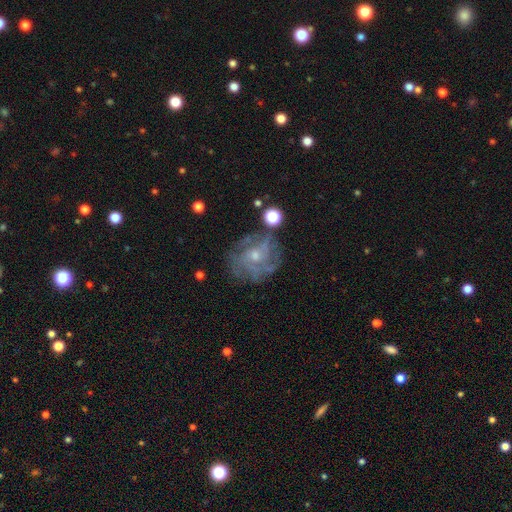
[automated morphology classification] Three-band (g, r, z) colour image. It shows a featured or disk galaxy (74%) with no bar (76%), tight (49%) spiral arms (75%) and a small central bulge (56%). Merging: none (66%).